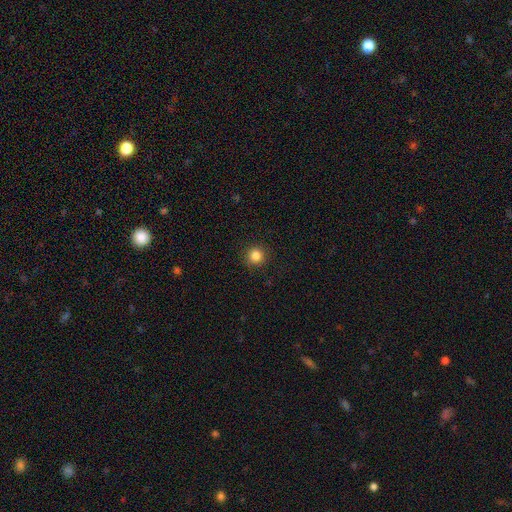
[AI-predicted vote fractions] Overall: smooth (84%). How rounded: round (95%). Merging: none (92%).